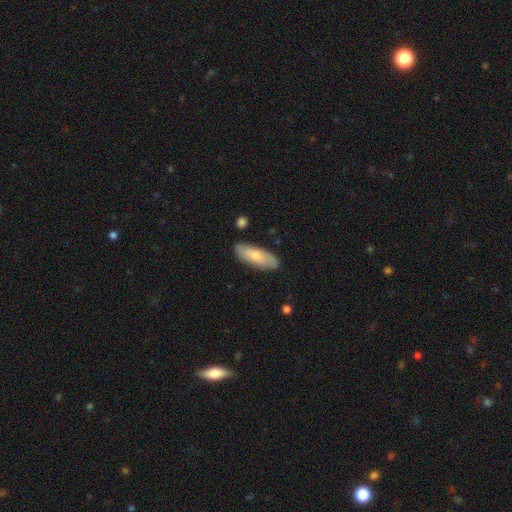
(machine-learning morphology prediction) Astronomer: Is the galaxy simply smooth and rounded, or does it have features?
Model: smooth — 73%.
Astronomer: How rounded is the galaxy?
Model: in between — 72%.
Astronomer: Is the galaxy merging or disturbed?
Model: none — 84%.